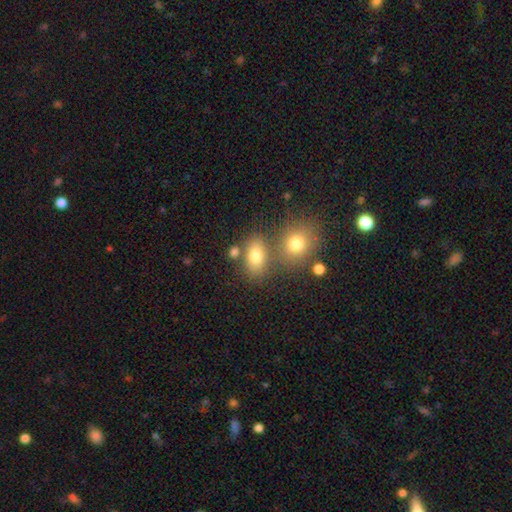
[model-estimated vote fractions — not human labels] Overall: smooth (76%). How rounded: in between (73%). Merging: none (61%; merger 23%).